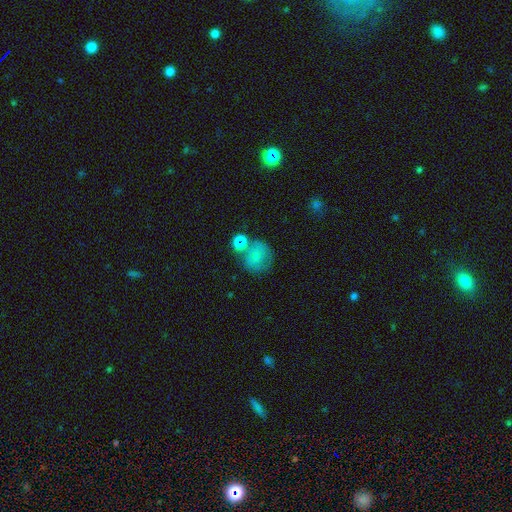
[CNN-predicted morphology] The model was most divided on "merging": none: 56%, merger: 19%, minor disturbance: 17%, major disturbance: 8%. More confident: how rounded — round (83%); smooth or featured — smooth (70%).